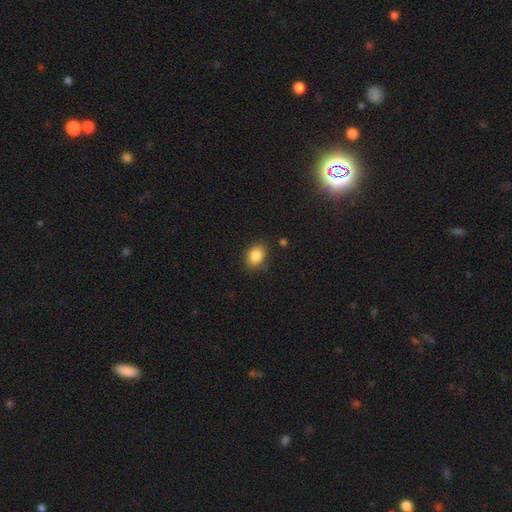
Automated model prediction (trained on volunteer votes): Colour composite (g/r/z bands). It shows a smooth galaxy with no disk features (86%) that is in between round and cigar-shaped (70%). Merging: none (83%).